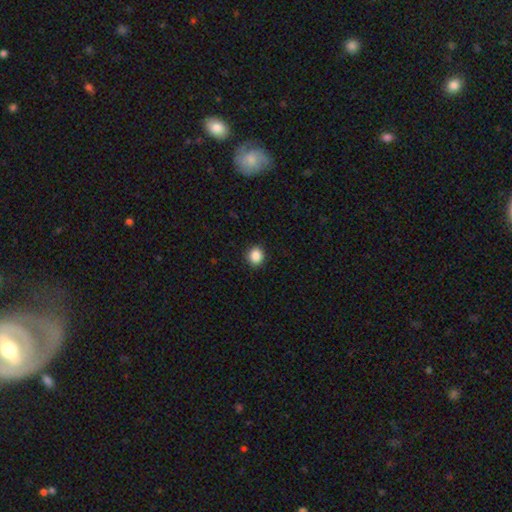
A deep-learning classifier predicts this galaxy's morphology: Smooth or featured: smooth — 88% (star or artifact — 9%)
How rounded: round — 81% (in between — 18%)
Merging: none — 91% (minor disturbance — 6%)